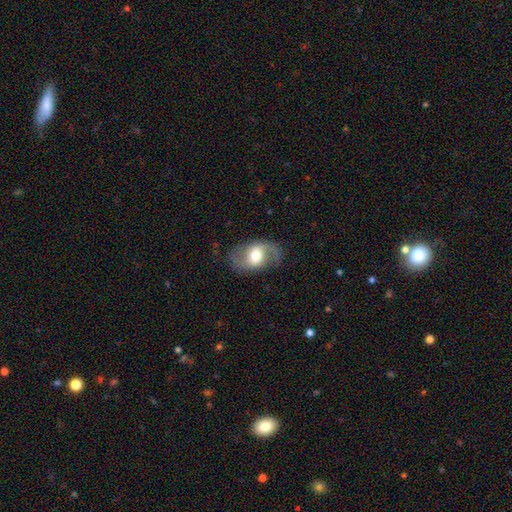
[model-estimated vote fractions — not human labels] This appears to be a featured or disk galaxy (74%) with a weak bar (43%), 2 (90%) loose (48%) spiral arms (87%) and a moderate central bulge (57%). Merging: none (79%).